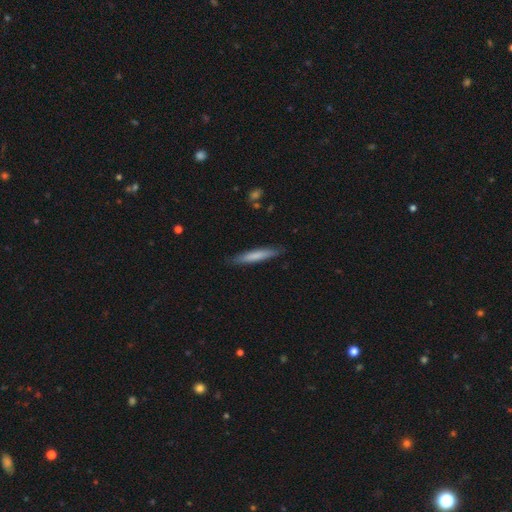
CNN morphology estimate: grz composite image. It shows a smooth galaxy with no disk features (73%) that is cigar-shaped (93%). Merging: none (87%).